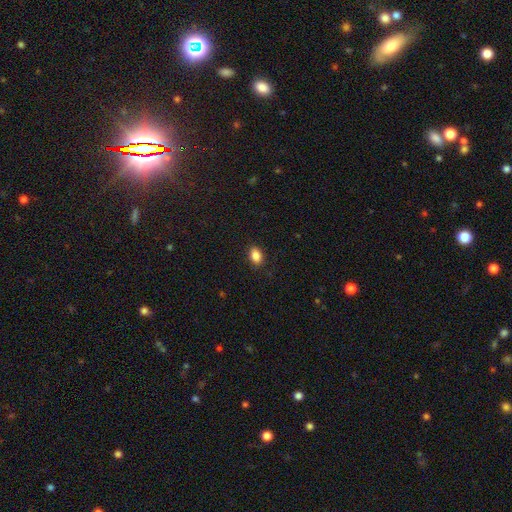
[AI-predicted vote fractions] Morphology: type=smooth (86%); roundness=in between (76%); merging=none (88%).